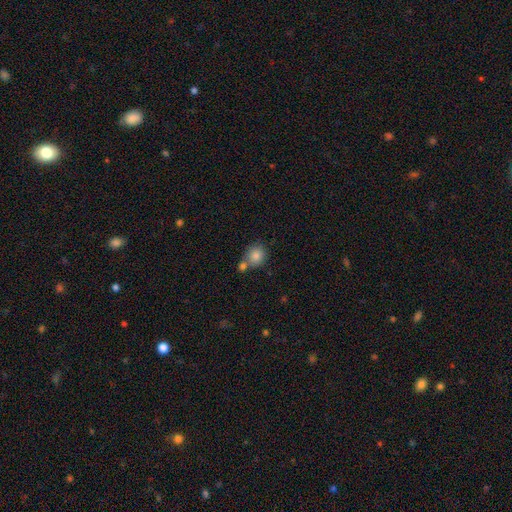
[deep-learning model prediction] smooth-or-featured: smooth: 83% | star or artifact: 9% | featured or disk: 8%
  how-rounded: round: 81% | in between: 18% | cigar-shaped: 1%
  merging: none: 54% | merger: 31% | minor disturbance: 11% | major disturbance: 3%